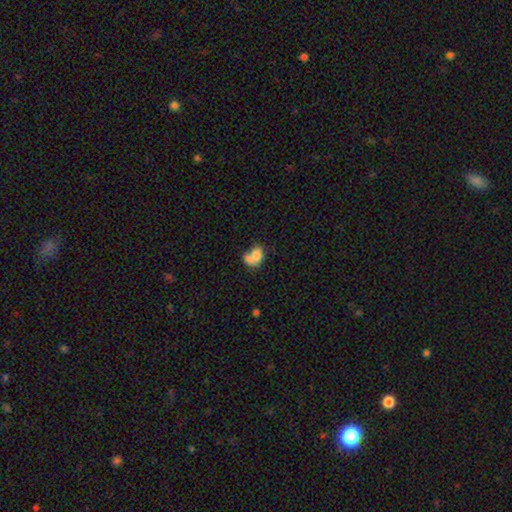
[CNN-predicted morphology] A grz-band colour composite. It shows a smooth galaxy with no disk features (72%) that is in between round and cigar-shaped (68%). Merging: merger (57%).